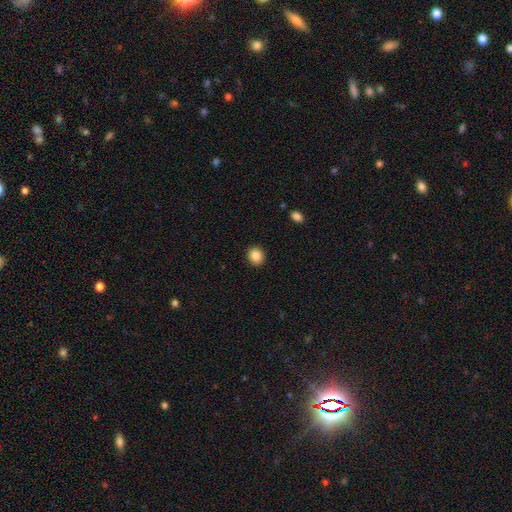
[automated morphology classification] smooth 86%, star or artifact 9%, featured or disk 5%. Down the decision tree: how rounded — round (78%); merging — none (92%).